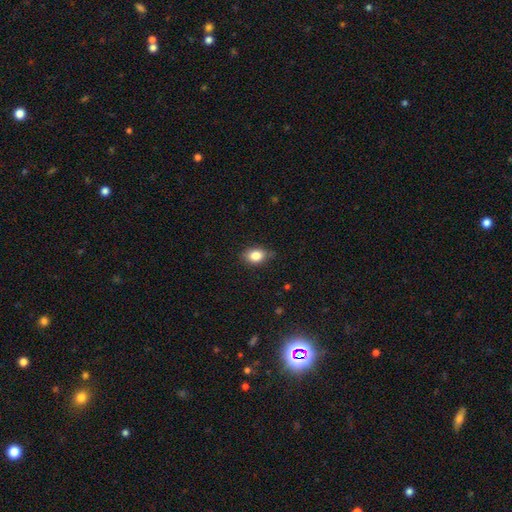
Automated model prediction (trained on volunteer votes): smooth 84%, star or artifact 9%, featured or disk 7%. Down the decision tree: how rounded — in between (73%); merging — none (77%).